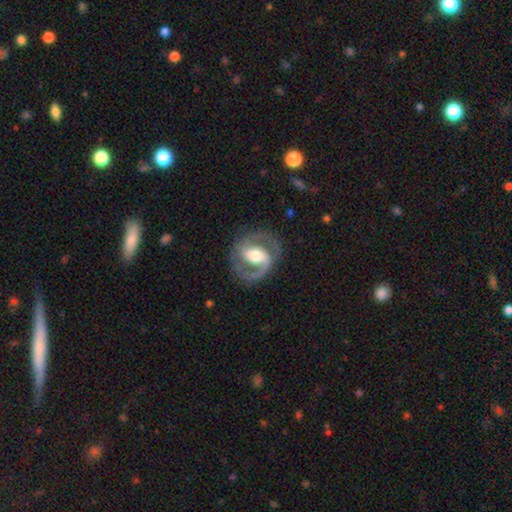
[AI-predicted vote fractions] smooth_or_featured: featured or disk (p=0.87) [alt: smooth p=0.09]
disk_edge_on: no (p=0.97) [alt: yes p=0.03]
bar: strong (p=0.39) [tied with: weak p=0.39]
has_spiral_arms: yes (p=0.94) [alt: no p=0.06]
spiral_winding: medium (p=0.58) [alt: tight p=0.25]
spiral_arm_count: 2 (p=0.88) [alt: 1 p=0.06]
bulge_size: moderate (p=0.63) [alt: large p=0.18]
merging: none (p=0.81) [alt: minor disturbance p=0.11]